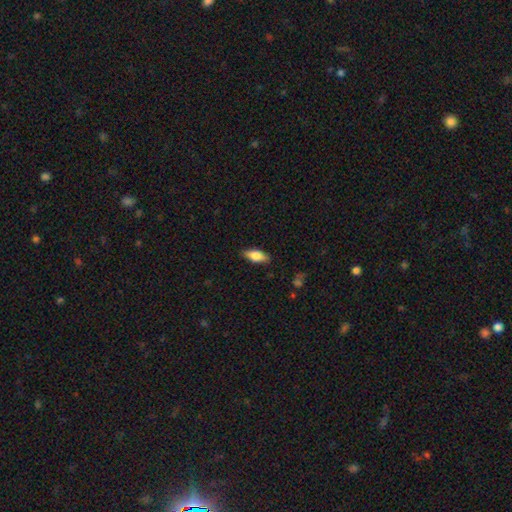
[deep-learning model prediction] This appears to be a smooth galaxy with no disk features (71%) that is in between round and cigar-shaped (75%). Merging: none (85%).